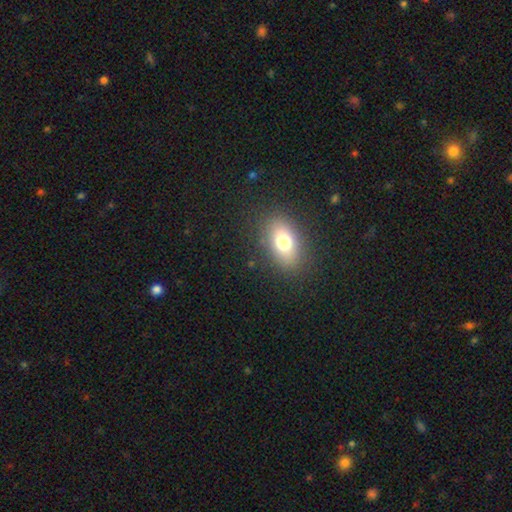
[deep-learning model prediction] Morphology: type=smooth (73%); roundness=in between (84%); merging=none (90%).